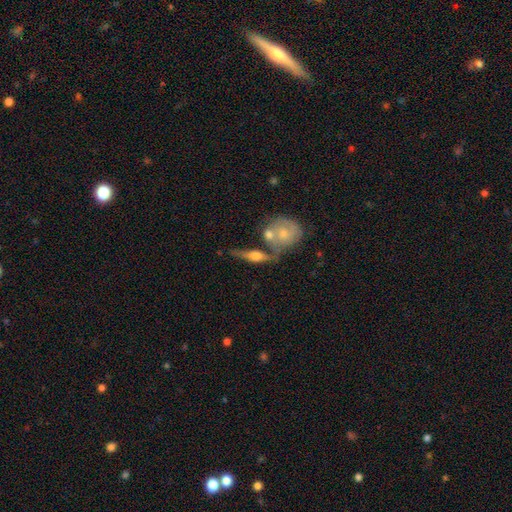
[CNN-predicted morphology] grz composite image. It shows a featured or disk galaxy (63%) viewed edge-on (86%) with a rounded central bulge (90%). Merging: none (53%).